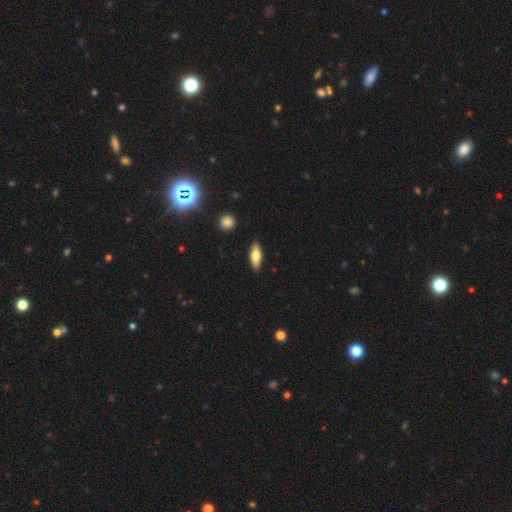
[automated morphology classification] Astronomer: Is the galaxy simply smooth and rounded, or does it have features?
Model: smooth — 69%.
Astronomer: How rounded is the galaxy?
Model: in between — 66%.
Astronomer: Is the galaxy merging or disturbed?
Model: none — 89%.